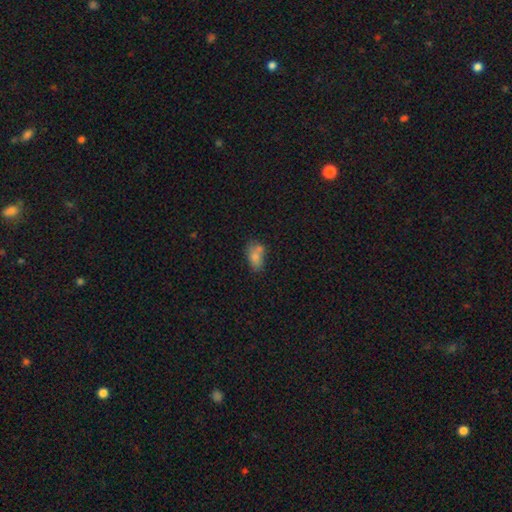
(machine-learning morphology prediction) A smooth galaxy with no disk features (74%) that is in between round and cigar-shaped (84%). Merging: none (42%).